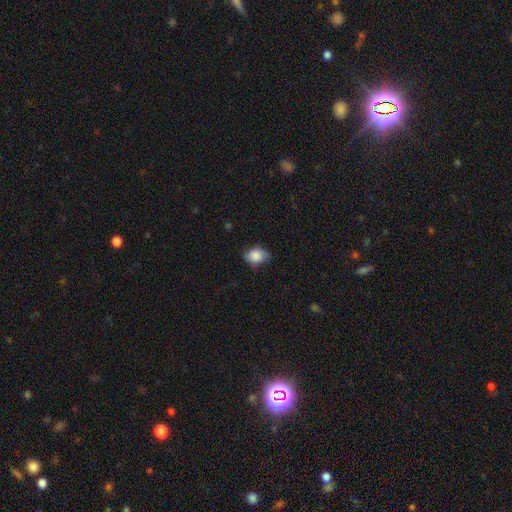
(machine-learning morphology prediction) Smooth or featured?
  - smooth: 87% *
  - star or artifact: 7%
  - featured or disk: 6%
How rounded?
  - in between: 72% *
  - round: 27%
  - cigar-shaped: 1%
Merging?
  - none: 71% *
  - minor disturbance: 24%
  - major disturbance: 4%
  - merger: 1%